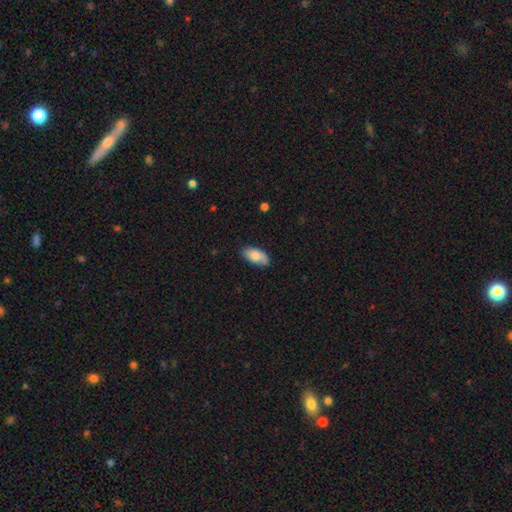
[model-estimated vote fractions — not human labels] Smooth or featured?
  - smooth: 77% *
  - featured or disk: 17%
  - star or artifact: 6%
How rounded?
  - in between: 92% *
  - cigar-shaped: 5%
  - round: 3%
Merging?
  - none: 74% *
  - minor disturbance: 20%
  - major disturbance: 4%
  - merger: 2%